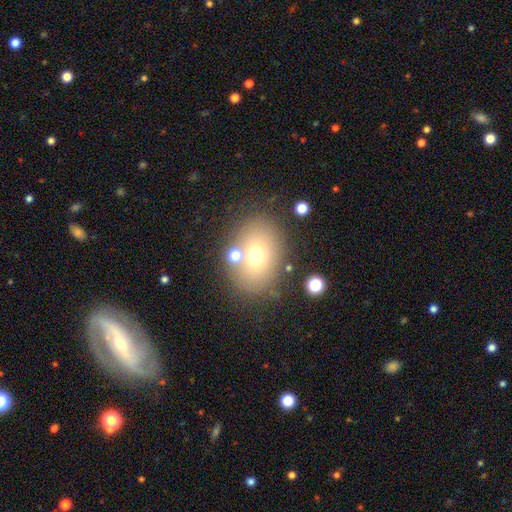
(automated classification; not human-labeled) Morphology: type=smooth (67%); roundness=in between (59%); merging=none (73%).